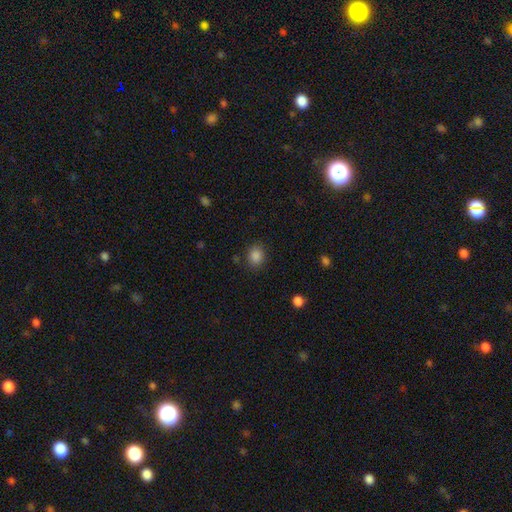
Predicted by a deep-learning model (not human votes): This appears to be a smooth galaxy with no disk features (86%) that is round (52%). Merging: none (84%).